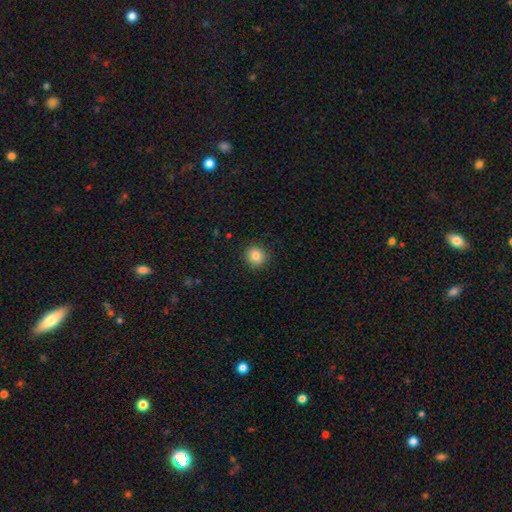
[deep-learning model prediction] Q: Smooth or featured?
A: smooth (84%); runner-up: star or artifact (10%)
Q: How rounded?
A: round (92%); runner-up: in between (7%)
Q: Merging?
A: none (91%); runner-up: minor disturbance (6%)